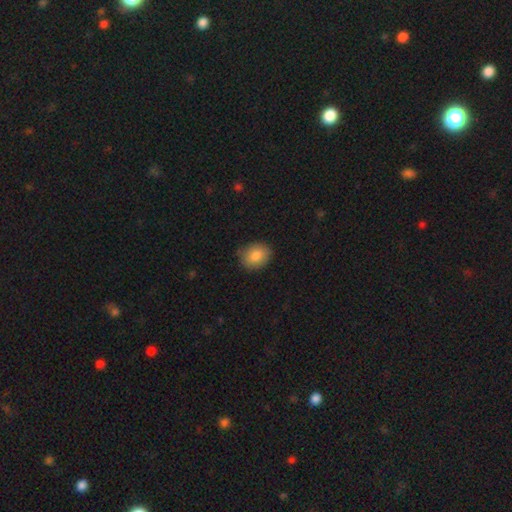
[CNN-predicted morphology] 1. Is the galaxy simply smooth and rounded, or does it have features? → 84% smooth, 8% featured or disk, 8% star or artifact.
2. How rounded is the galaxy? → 51% in between, 48% round, 1% cigar-shaped.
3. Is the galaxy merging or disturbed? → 81% none, 15% minor disturbance, 3% major disturbance, 1% merger.